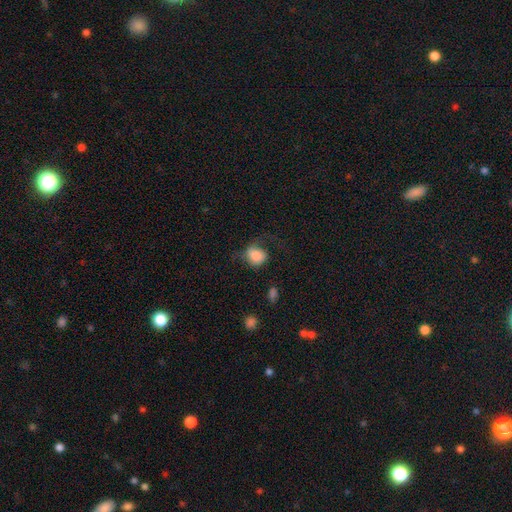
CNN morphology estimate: Smooth or featured?
  - smooth: 78% *
  - featured or disk: 14%
  - star or artifact: 8%
How rounded?
  - round: 62% *
  - in between: 37%
  - cigar-shaped: 1%
Merging?
  - none: 40% *
  - major disturbance: 32%
  - minor disturbance: 26%
  - merger: 3%